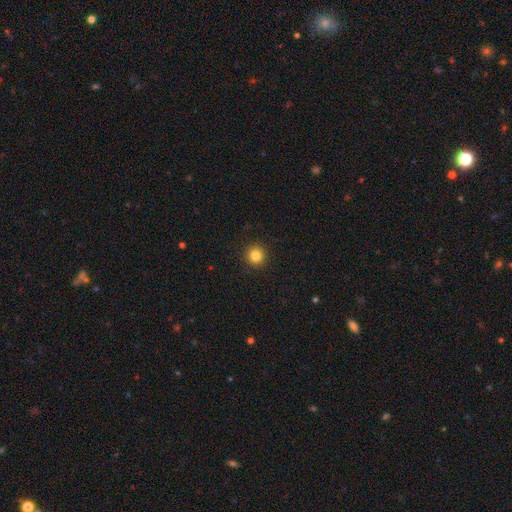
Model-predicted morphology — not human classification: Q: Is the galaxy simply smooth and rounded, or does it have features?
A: smooth — 84%.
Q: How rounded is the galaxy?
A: round — 95%.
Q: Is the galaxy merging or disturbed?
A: none — 93%.